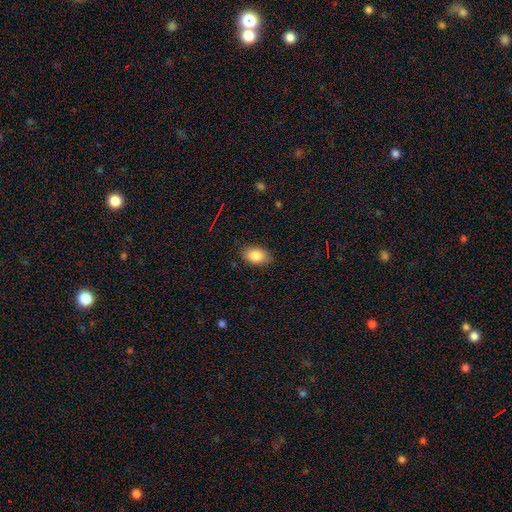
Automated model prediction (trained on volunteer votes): smooth_or_featured: smooth (p=0.84) [alt: star or artifact p=0.09]
how_rounded: in between (p=0.89) [alt: round p=0.09]
merging: none (p=0.85) [alt: minor disturbance p=0.11]